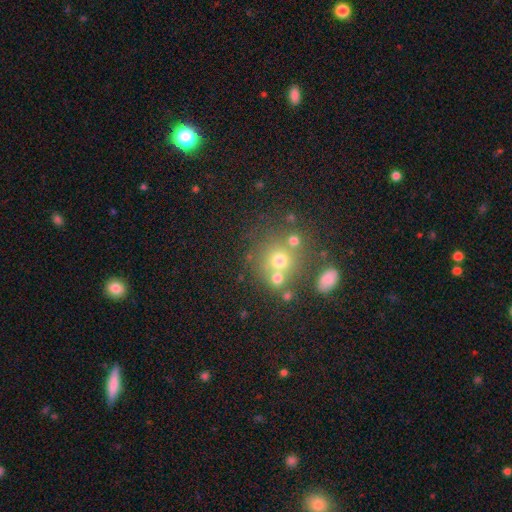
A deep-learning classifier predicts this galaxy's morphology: The model was most divided on "smooth or featured": smooth: 46%, star or artifact: 38%, featured or disk: 16%. More confident: merging — none (57%).